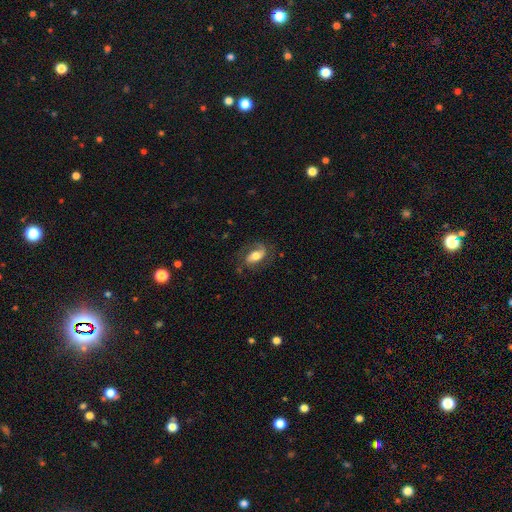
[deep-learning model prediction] smooth-or-featured: featured or disk: 59% | smooth: 34% | star or artifact: 7%
  disk-edge-on: no: 93% | yes: 7%
    bar: no: 42% | weak: 34% | strong: 24%
    has-spiral-arms: yes: 86% | no: 14%
    bulge-size: moderate: 57% | large: 26% | small: 12% | dominant: 3% | none: 2%
  merging: none: 65% | minor disturbance: 19% | major disturbance: 14% | merger: 2%